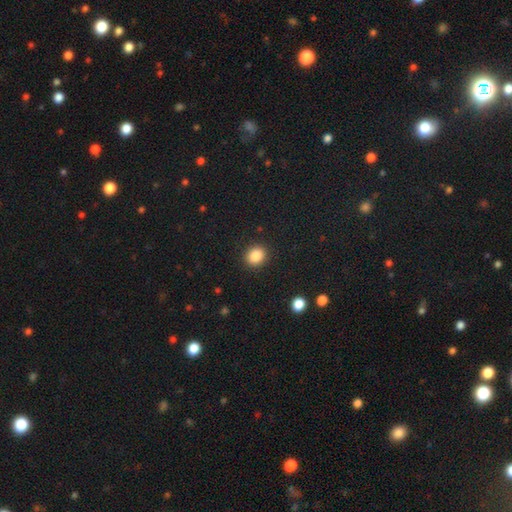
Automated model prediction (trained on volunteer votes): Morphology: type=smooth (87%); roundness=round (71%); merging=none (90%).